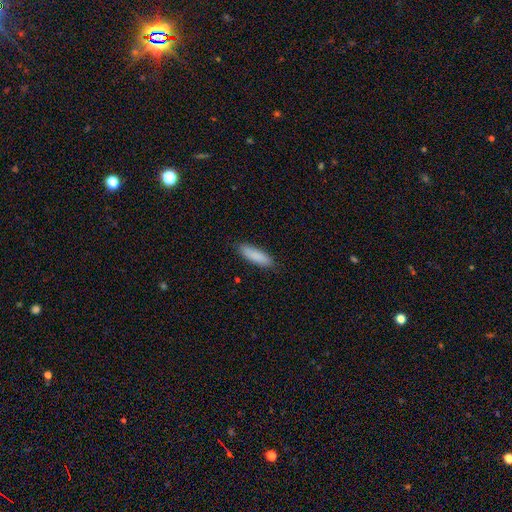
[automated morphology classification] Smooth or featured?
  - smooth: 89% *
  - featured or disk: 6%
  - star or artifact: 6%
How rounded?
  - cigar-shaped: 55% *
  - in between: 44%
  - round: 1%
Merging?
  - none: 87% *
  - minor disturbance: 10%
  - major disturbance: 2%
  - merger: 1%